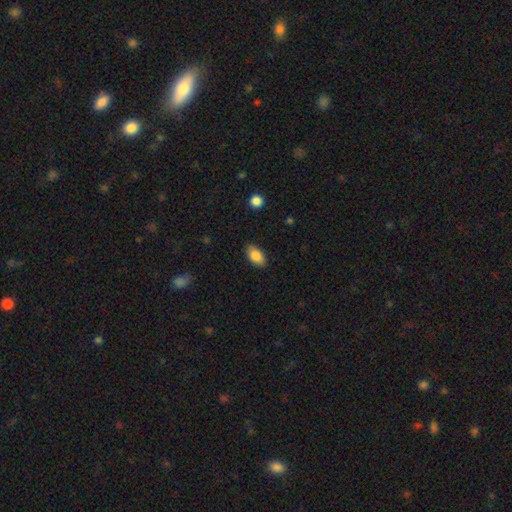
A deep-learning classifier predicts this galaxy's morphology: The model was most divided on "merging": none: 86%, minor disturbance: 11%, major disturbance: 2%, merger: 1%. More confident: how rounded — in between (92%); smooth or featured — smooth (86%).